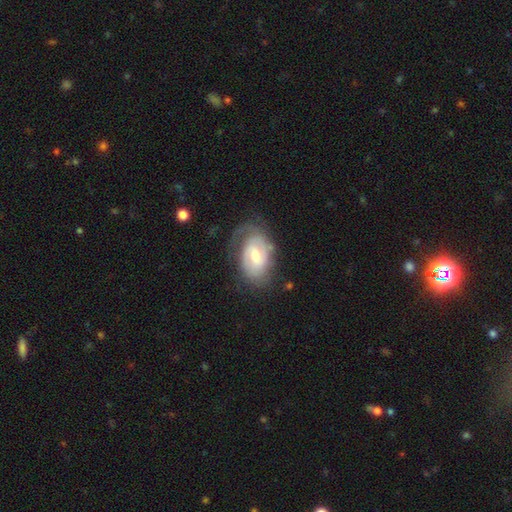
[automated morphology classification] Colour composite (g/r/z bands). It shows a featured or disk galaxy (73%) with a weak bar (55%), 2 (47%) tight (51%) spiral arms (87%) and a moderate central bulge (56%). Merging: none (56%).